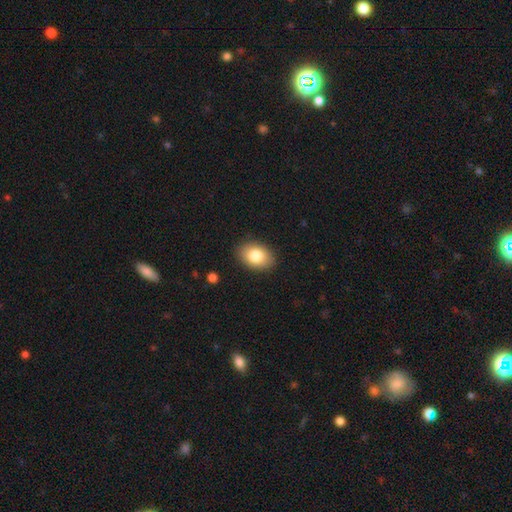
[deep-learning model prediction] Smooth or featured? smooth (82%)
How rounded? in between (84%)
Merging? none (88%)